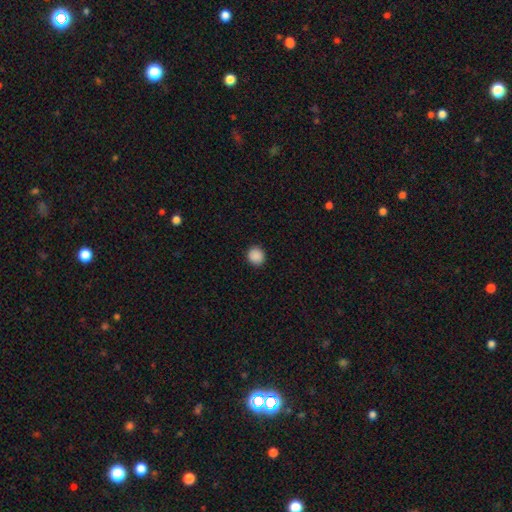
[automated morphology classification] Smooth or featured: smooth — 89% (star or artifact — 9%)
How rounded: round — 88% (in between — 11%)
Merging: none — 92% (minor disturbance — 5%)